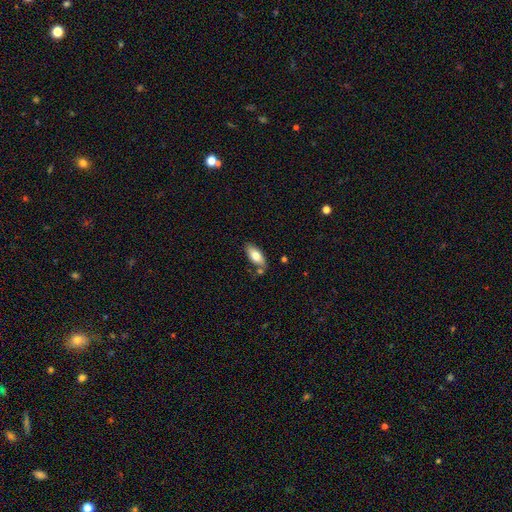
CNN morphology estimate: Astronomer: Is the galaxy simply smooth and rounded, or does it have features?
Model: smooth — 75%.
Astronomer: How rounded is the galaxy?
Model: in between — 84%.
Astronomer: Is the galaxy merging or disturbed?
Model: none — 72%.